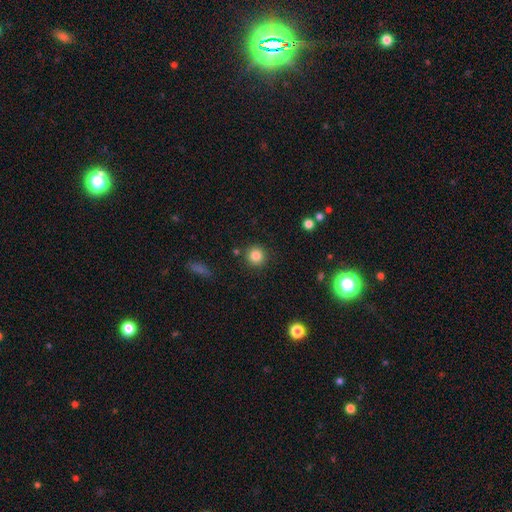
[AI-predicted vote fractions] Smooth or featured?
  - smooth: 84% *
  - star or artifact: 10%
  - featured or disk: 5%
How rounded?
  - round: 93% *
  - in between: 6%
  - cigar-shaped: 1%
Merging?
  - none: 87% *
  - minor disturbance: 7%
  - merger: 3%
  - major disturbance: 2%